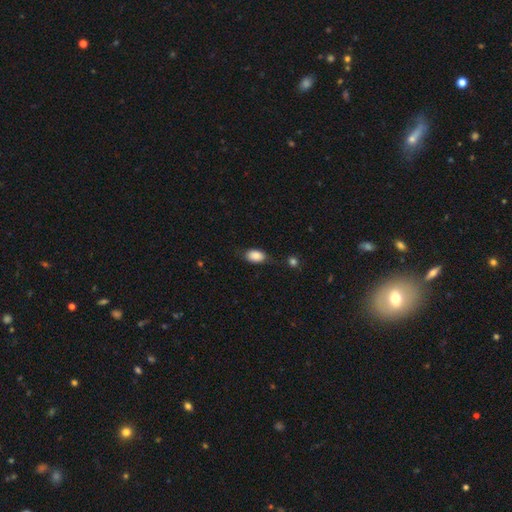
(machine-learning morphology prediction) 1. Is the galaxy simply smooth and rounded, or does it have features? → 85% smooth, 8% star or artifact, 8% featured or disk.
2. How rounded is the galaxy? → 88% in between, 9% round, 2% cigar-shaped.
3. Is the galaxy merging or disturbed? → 68% none, 23% minor disturbance, 6% major disturbance, 3% merger.